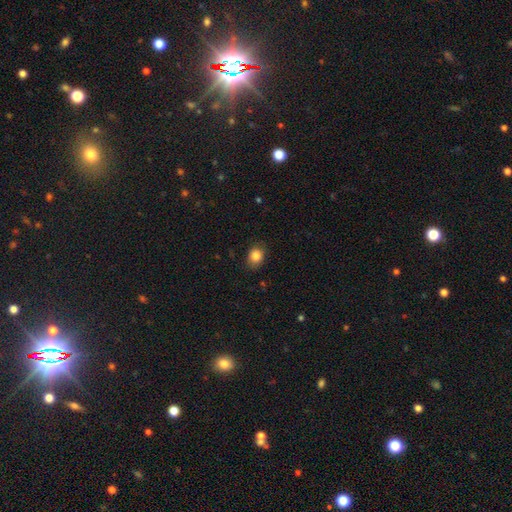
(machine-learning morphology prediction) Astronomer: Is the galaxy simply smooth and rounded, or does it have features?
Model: smooth — 85%.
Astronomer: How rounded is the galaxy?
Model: round — 60% (runner-up: in between, 39%).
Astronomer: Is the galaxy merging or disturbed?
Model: none — 83%.